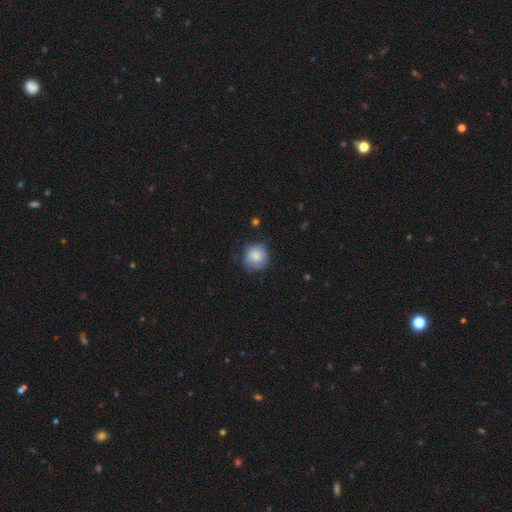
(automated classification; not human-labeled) Morphology: type=smooth (84%); roundness=round (87%); merging=none (72%).